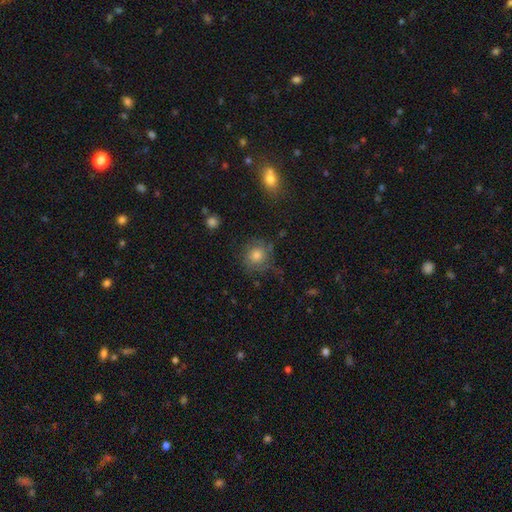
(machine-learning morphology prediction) The model was most divided on "smooth or featured": smooth: 60%, featured or disk: 27%, star or artifact: 13%. More confident: how rounded — round (85%); merging — none (68%).